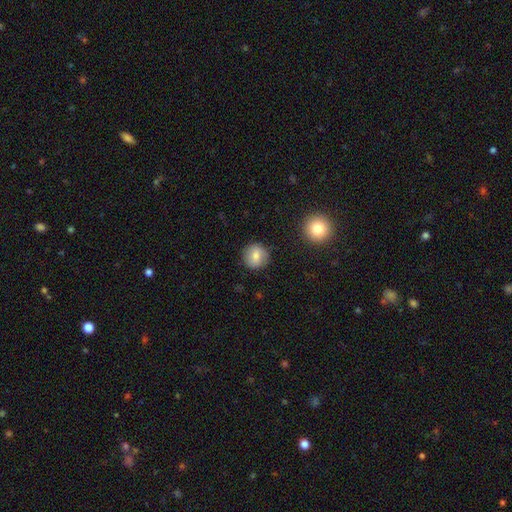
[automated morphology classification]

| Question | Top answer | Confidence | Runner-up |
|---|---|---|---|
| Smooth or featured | smooth | 78% | featured or disk (13%) |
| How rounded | round | 93% | in between (6%) |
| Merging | none | 86% | minor disturbance (10%) |